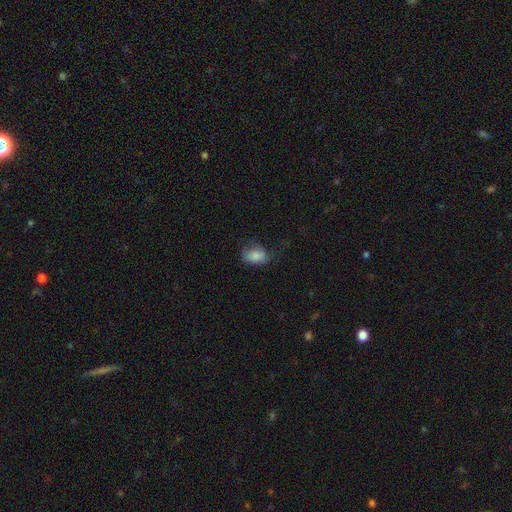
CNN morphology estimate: A smooth galaxy with no disk features (80%) that is in between round and cigar-shaped (81%). Merging: none (41%).